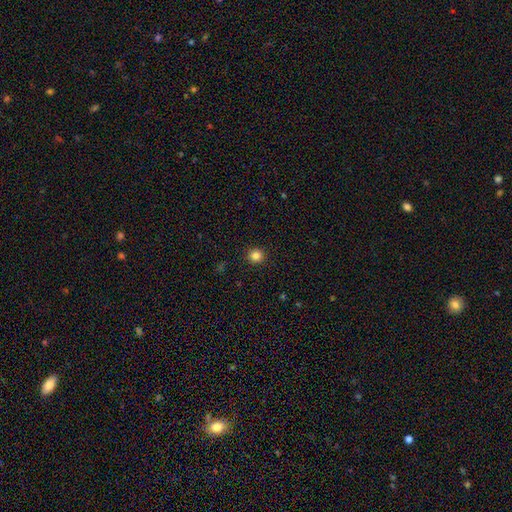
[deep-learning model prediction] A smooth galaxy with no disk features (84%) that is round (93%).

Vote fractions:
- Smooth or featured? smooth: 84% / star or artifact: 12% / featured or disk: 4%
- How rounded? round: 93% / in between: 6% / cigar-shaped: 1%
- Merging? none: 92% / minor disturbance: 5% / major disturbance: 2% / merger: 1%